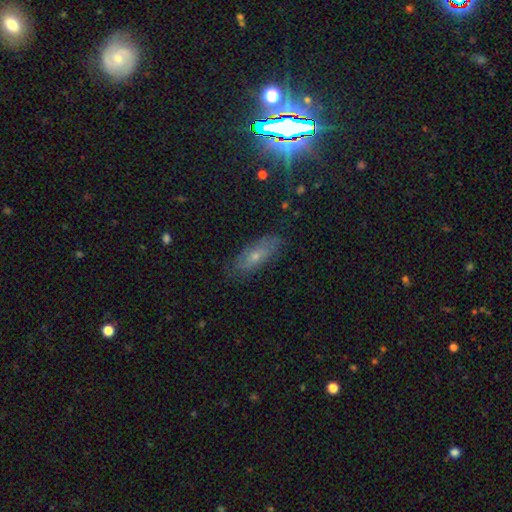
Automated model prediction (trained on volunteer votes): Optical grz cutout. It shows a smooth galaxy with no disk features (42%). Merging: none (75%).